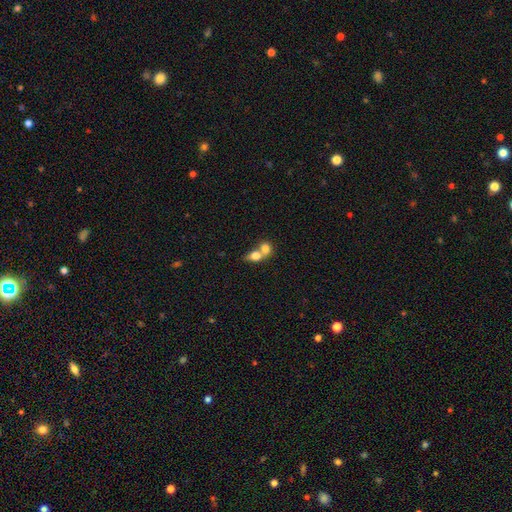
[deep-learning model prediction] This is likely a smooth galaxy (75%). How rounded: possibly in between (49%). Merging: likely merger (74%).